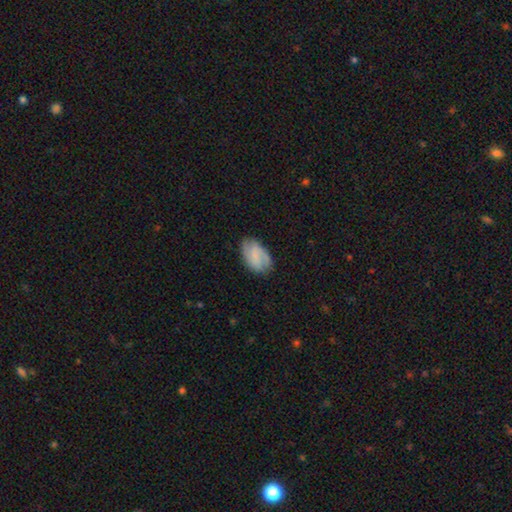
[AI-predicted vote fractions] The model was most divided on "smooth or featured": featured or disk: 49%, smooth: 44%, star or artifact: 7%. More confident: merging — none (76%).